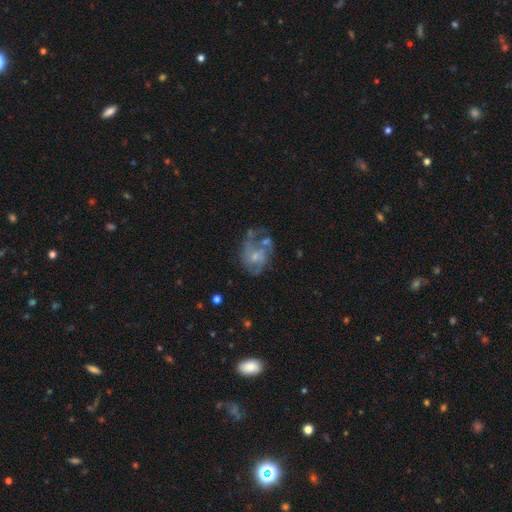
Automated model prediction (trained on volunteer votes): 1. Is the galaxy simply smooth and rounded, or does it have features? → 63% featured or disk, 28% smooth, 9% star or artifact.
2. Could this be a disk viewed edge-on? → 98% no, 2% yes.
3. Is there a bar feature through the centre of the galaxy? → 76% no, 21% weak, 3% strong.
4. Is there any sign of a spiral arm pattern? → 51% no, 49% yes.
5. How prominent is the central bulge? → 49% small, 32% moderate, 15% none, 3% large, 1% dominant.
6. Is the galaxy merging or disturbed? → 33% major disturbance, 31% none, 22% minor disturbance, 14% merger.